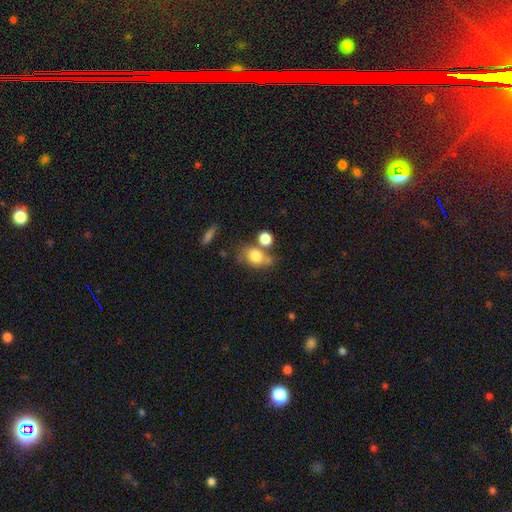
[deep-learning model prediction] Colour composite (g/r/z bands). It shows a smooth galaxy with no disk features (78%) that is in between round and cigar-shaped (54%). Merging: none (45%).